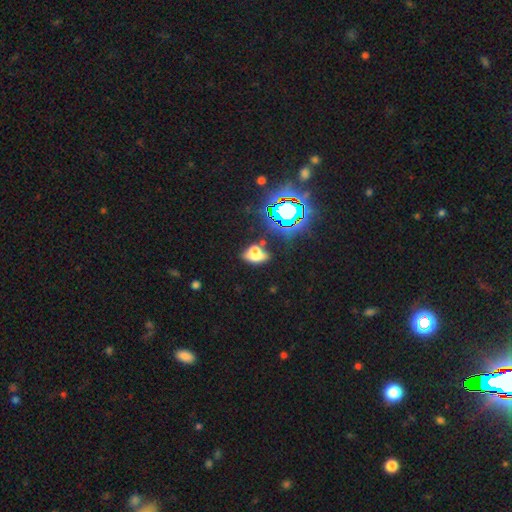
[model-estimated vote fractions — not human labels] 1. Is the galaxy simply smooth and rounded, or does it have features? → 54% smooth, 24% featured or disk, 22% star or artifact.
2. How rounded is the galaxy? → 82% in between, 15% round, 3% cigar-shaped.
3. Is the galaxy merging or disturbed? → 47% none, 25% minor disturbance, 15% merger, 13% major disturbance.